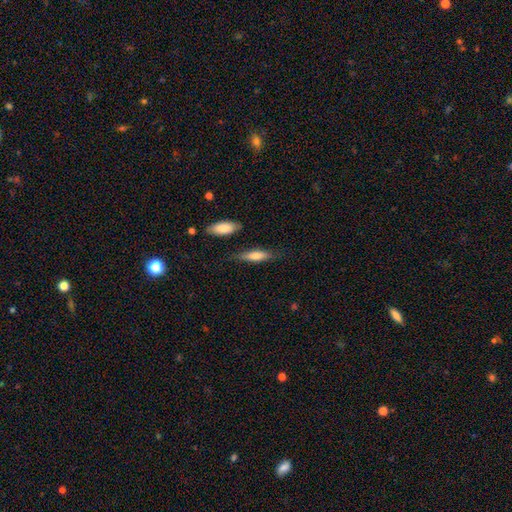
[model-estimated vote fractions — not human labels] This is likely a smooth galaxy (69%). How rounded: likely cigar-shaped (61%). Merging: likely none (75%).